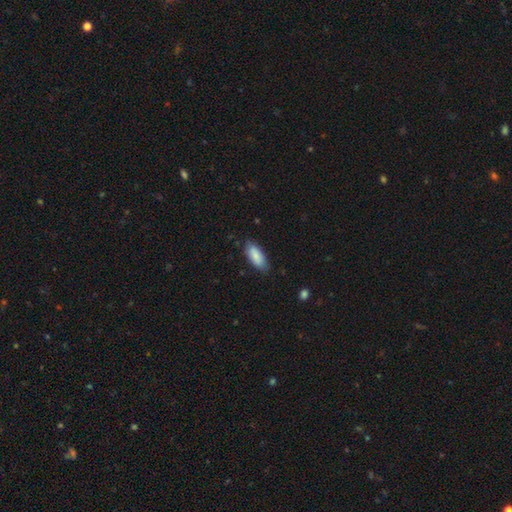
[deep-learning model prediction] A smooth galaxy with no disk features (87%) that is in between round and cigar-shaped (83%). Merging: none (80%).